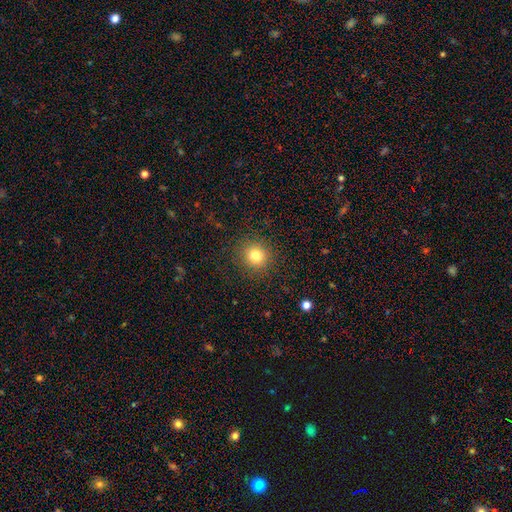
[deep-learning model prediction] The model was most divided on "smooth or featured": smooth: 80%, star or artifact: 13%, featured or disk: 7%. More confident: how rounded — round (91%); merging — none (89%).